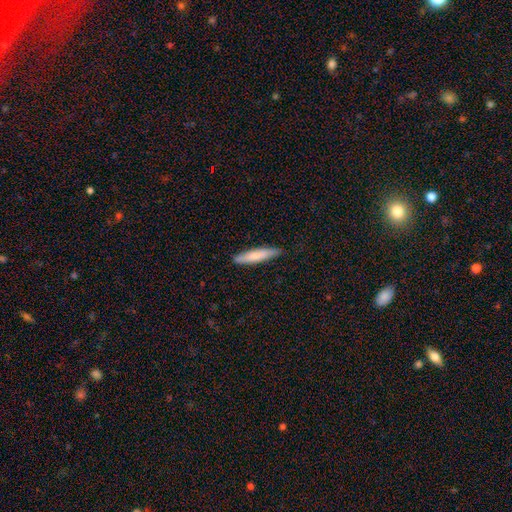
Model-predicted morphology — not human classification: A smooth galaxy with no disk features (75%) that is cigar-shaped (86%).

Vote fractions:
- Smooth or featured? smooth: 75% / featured or disk: 19% / star or artifact: 5%
- How rounded? cigar-shaped: 86% / in between: 13% / round: 1%
- Merging? none: 87% / minor disturbance: 10% / major disturbance: 2% / merger: 1%